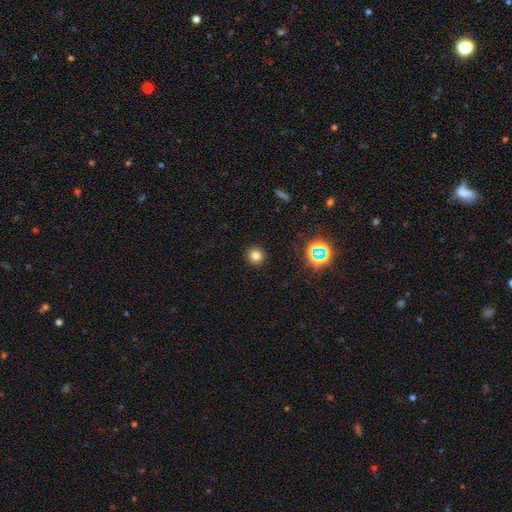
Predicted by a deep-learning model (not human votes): Smooth or featured? smooth (77%)
How rounded? round (93%)
Merging? none (92%)